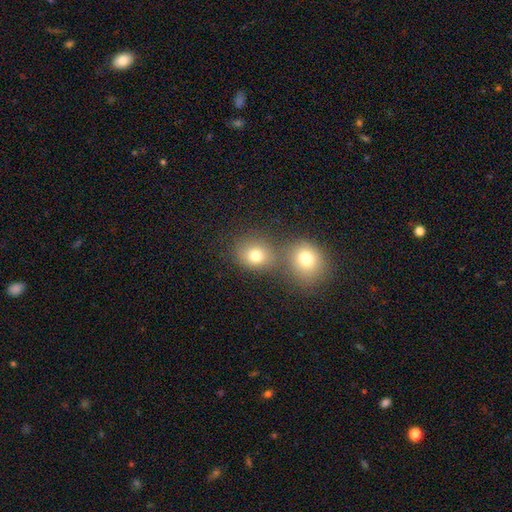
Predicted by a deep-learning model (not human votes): Smooth or featured? Predicted: smooth (p=0.77). How rounded? Predicted: round (p=0.69). Merging? Predicted: none (p=0.51).